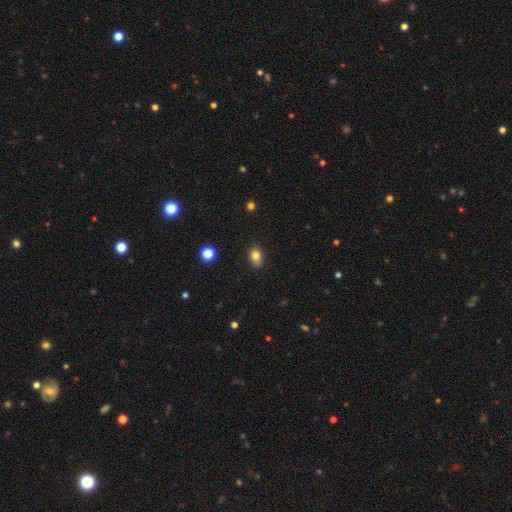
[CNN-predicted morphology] Overall: smooth (80%). How rounded: in between (70%). Merging: none (75%).